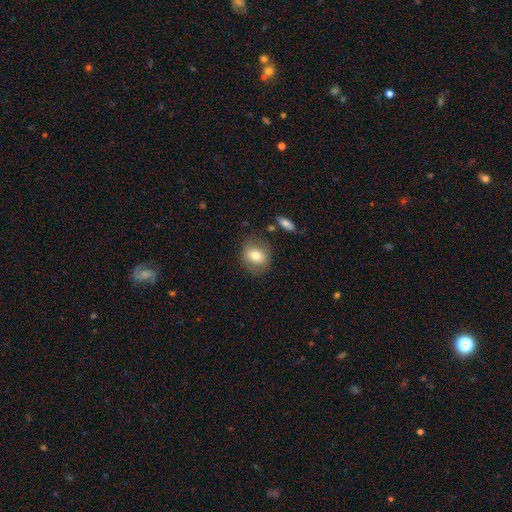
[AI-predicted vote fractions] Smooth or featured? smooth (73%)
How rounded? round (61%)
Merging? none (78%)